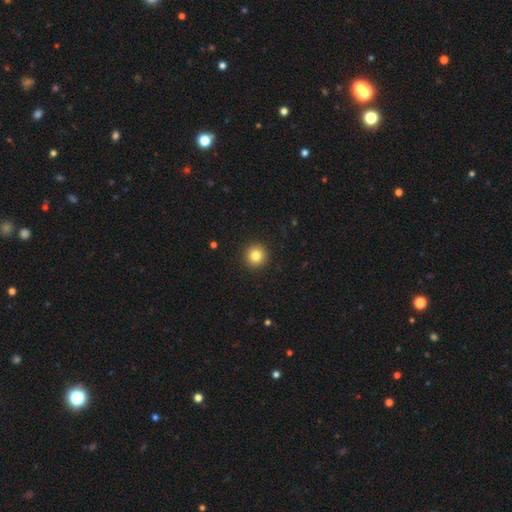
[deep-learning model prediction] Smooth or featured: smooth — 82% (star or artifact — 11%)
How rounded: round — 96% (in between — 3%)
Merging: none — 93% (minor disturbance — 5%)